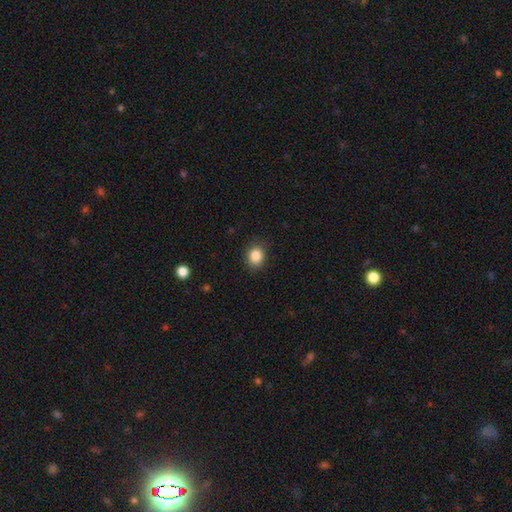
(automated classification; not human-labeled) Morphology: type=smooth (86%); roundness=round (57%); merging=none (84%).